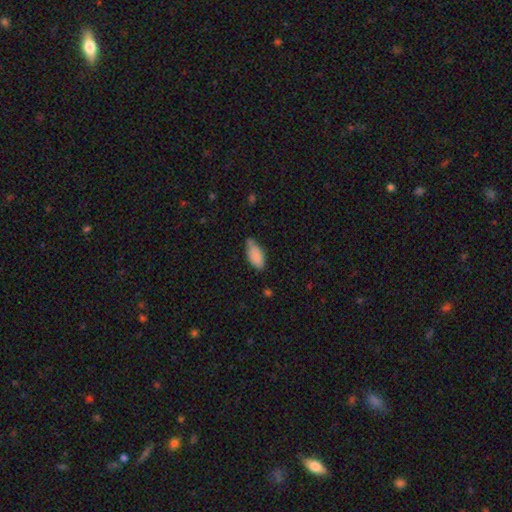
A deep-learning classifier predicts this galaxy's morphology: Smooth or featured?
  - smooth: 86% *
  - star or artifact: 7%
  - featured or disk: 7%
How rounded?
  - in between: 91% *
  - cigar-shaped: 7%
  - round: 2%
Merging?
  - none: 56% *
  - minor disturbance: 31%
  - merger: 7%
  - major disturbance: 6%